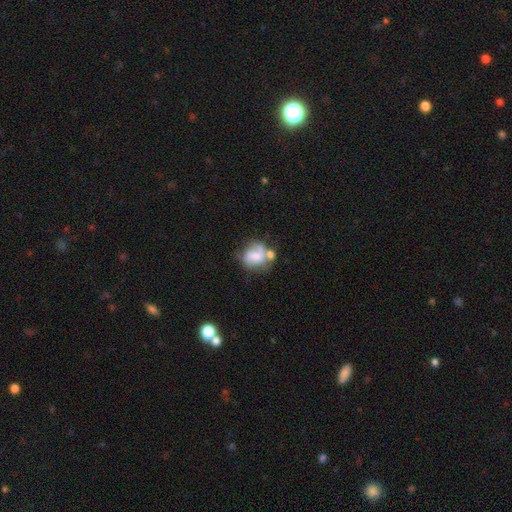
Q: Smooth or featured?
A: smooth (59%); runner-up: featured or disk (36%)
Q: How rounded?
A: round (78%); runner-up: in between (22%)
Q: Merging?
A: merger (41%); runner-up: minor disturbance (24%)